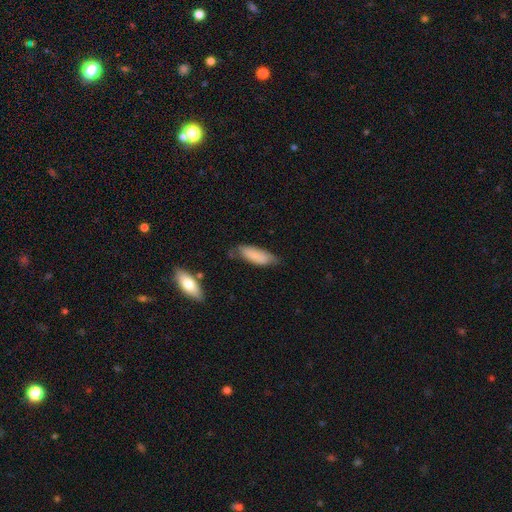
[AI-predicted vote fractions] Overall: smooth (82%). How rounded: in between (60%; cigar-shaped 38%). Merging: none (61%; minor disturbance 30%).